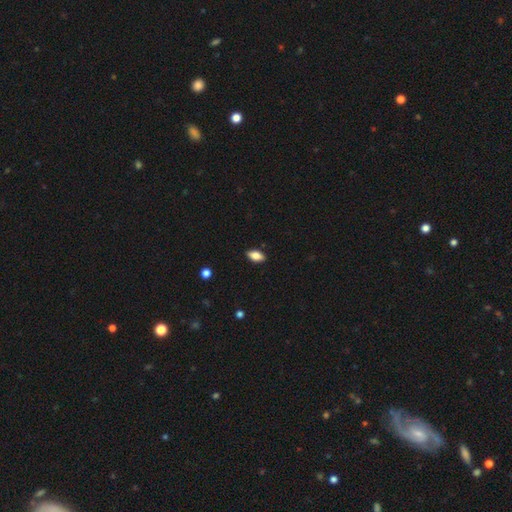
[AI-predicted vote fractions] A smooth galaxy with no disk features (79%) that is in between round and cigar-shaped (90%).

Vote fractions:
- Smooth or featured? smooth: 79% / featured or disk: 14% / star or artifact: 8%
- How rounded? in between: 90% / cigar-shaped: 6% / round: 4%
- Merging? none: 88% / minor disturbance: 9% / major disturbance: 2% / merger: 1%